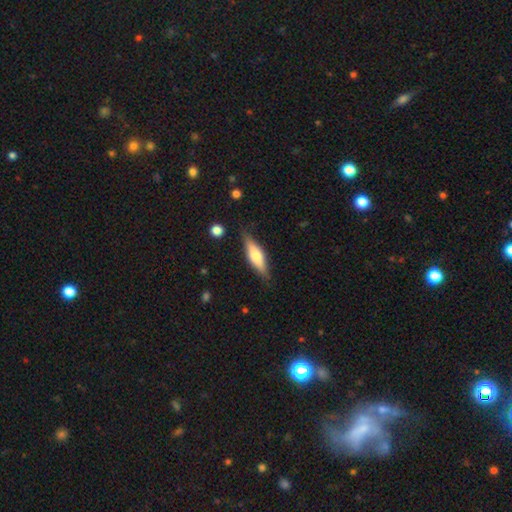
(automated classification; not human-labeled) Smooth or featured? smooth (52%)
How rounded? cigar-shaped (53%)
Merging? none (81%)